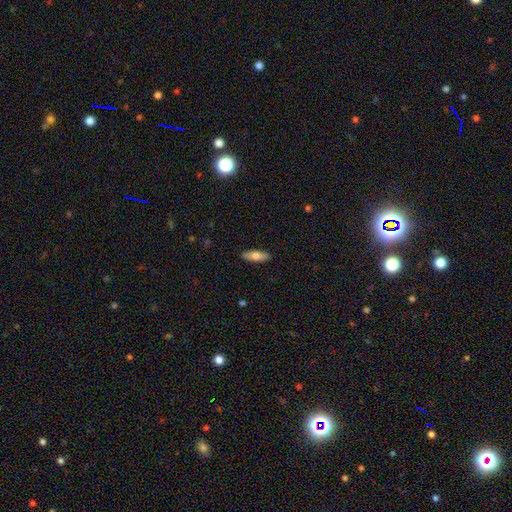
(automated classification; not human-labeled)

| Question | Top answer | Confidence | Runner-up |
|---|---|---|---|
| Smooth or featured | smooth | 68% | featured or disk (26%) |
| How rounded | in between | 57% | cigar-shaped (41%) |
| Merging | none | 88% | minor disturbance (9%) |